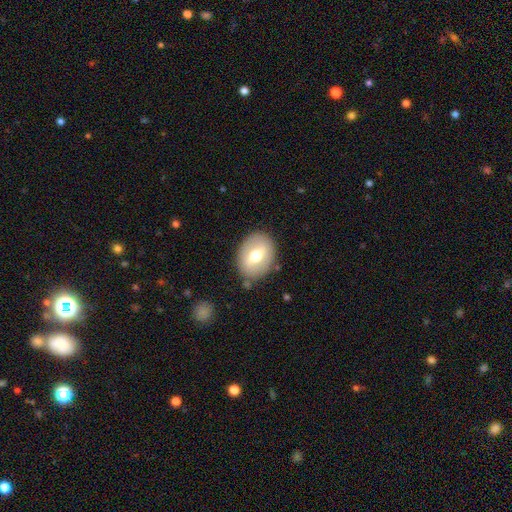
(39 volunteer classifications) Smooth or featured: smooth — 59% (featured or disk — 33%)
How rounded: in between — 78% (round — 22%)
Merging: none — 72% (minor disturbance — 11%)